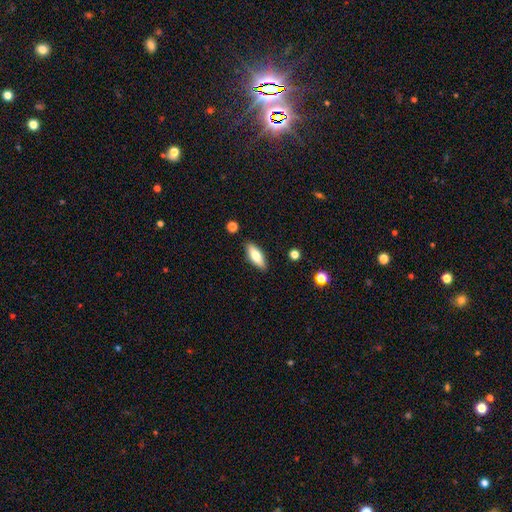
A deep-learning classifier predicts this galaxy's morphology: type=smooth (70%); roundness=in between (66%); merging=none (88%).